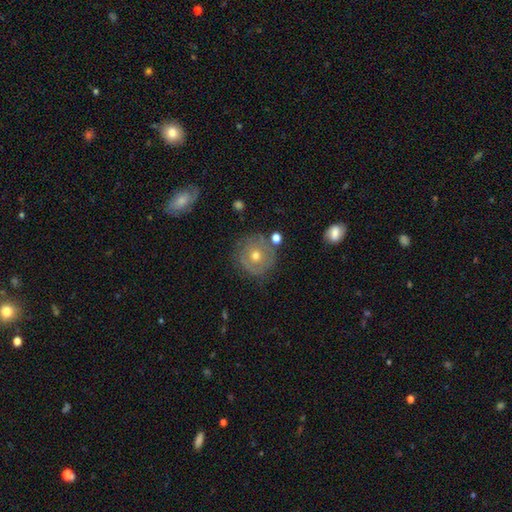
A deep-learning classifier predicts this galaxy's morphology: Smooth or featured: featured or disk — 49% (smooth — 40%)
Merging: none — 75% (minor disturbance — 16%)